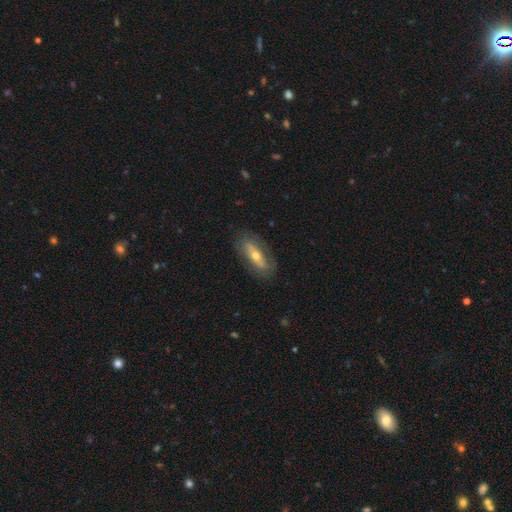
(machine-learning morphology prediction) This appears to be a featured or disk galaxy (56%). Merging: none (79%).